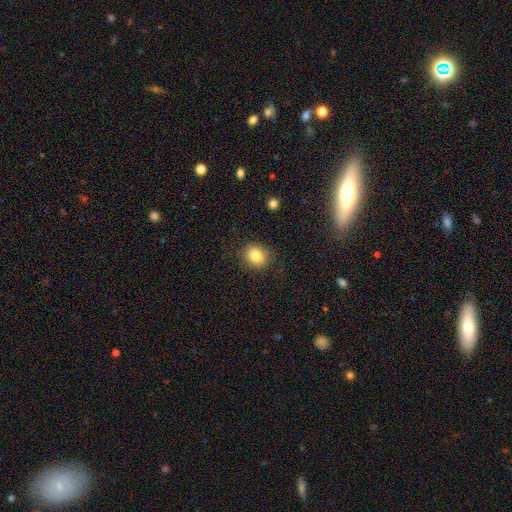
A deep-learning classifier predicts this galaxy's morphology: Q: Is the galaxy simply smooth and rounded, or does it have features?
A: smooth — 82%.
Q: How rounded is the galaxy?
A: round — 71%.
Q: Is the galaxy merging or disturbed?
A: none — 85%.